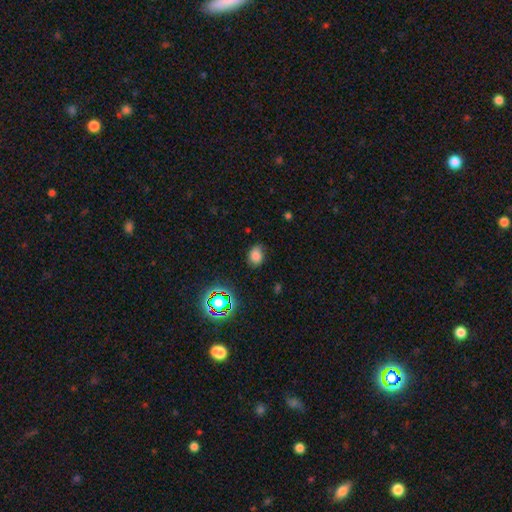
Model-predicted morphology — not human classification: The model was most divided on "how rounded": in between: 65%, round: 33%, cigar-shaped: 1%. More confident: smooth or featured — smooth (76%); merging — none (73%).